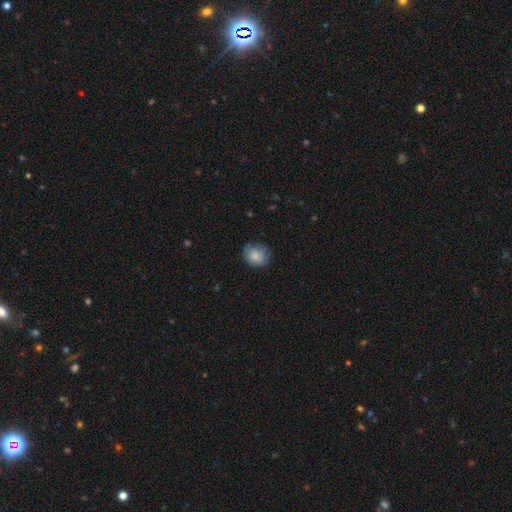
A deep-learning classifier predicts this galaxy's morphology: The model was most divided on "how rounded": round: 68%, in between: 31%, cigar-shaped: 1%. More confident: smooth or featured — smooth (78%); merging — none (68%).